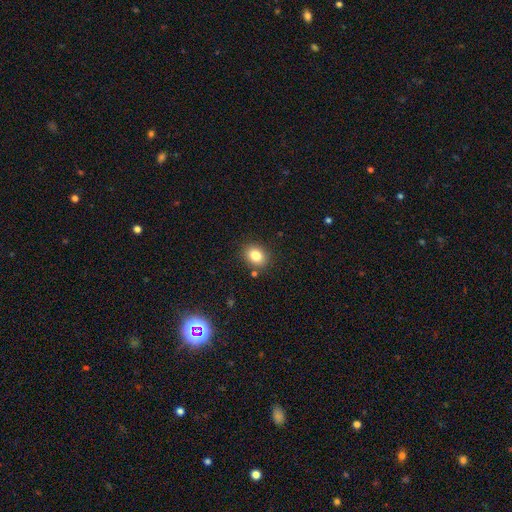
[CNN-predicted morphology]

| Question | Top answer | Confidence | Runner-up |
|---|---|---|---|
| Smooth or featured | smooth | 83% | star or artifact (10%) |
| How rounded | in between | 51% | round (48%) |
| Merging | none | 84% | minor disturbance (10%) |